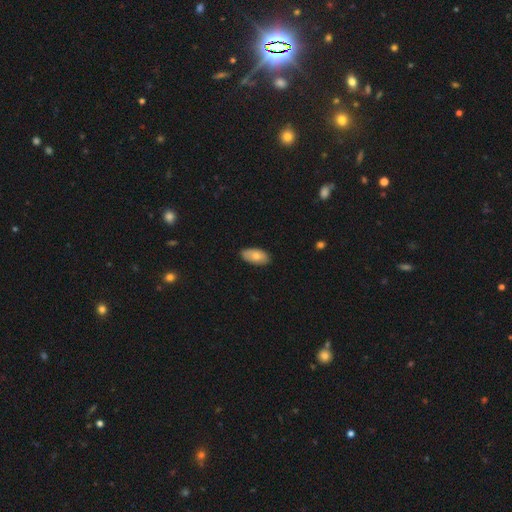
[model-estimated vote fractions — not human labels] A smooth galaxy with no disk features (74%) that is in between round and cigar-shaped (94%).

Vote fractions:
- Smooth or featured? smooth: 74% / featured or disk: 19% / star or artifact: 6%
- How rounded? in between: 94% / cigar-shaped: 3% / round: 3%
- Merging? none: 83% / minor disturbance: 14% / major disturbance: 2% / merger: 1%